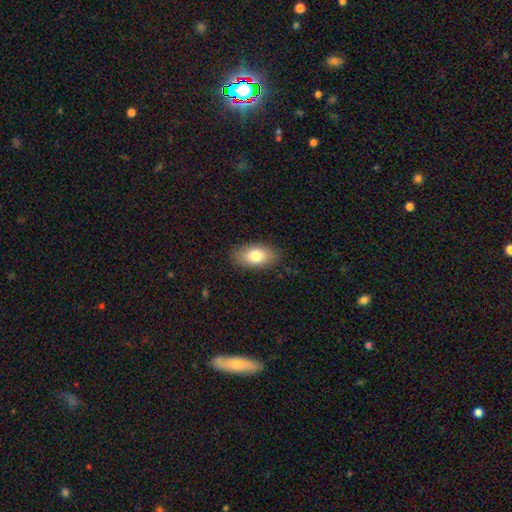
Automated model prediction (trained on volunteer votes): Q: Smooth or featured?
A: smooth (80%); runner-up: featured or disk (13%)
Q: How rounded?
A: in between (92%); runner-up: round (5%)
Q: Merging?
A: none (87%); runner-up: minor disturbance (10%)